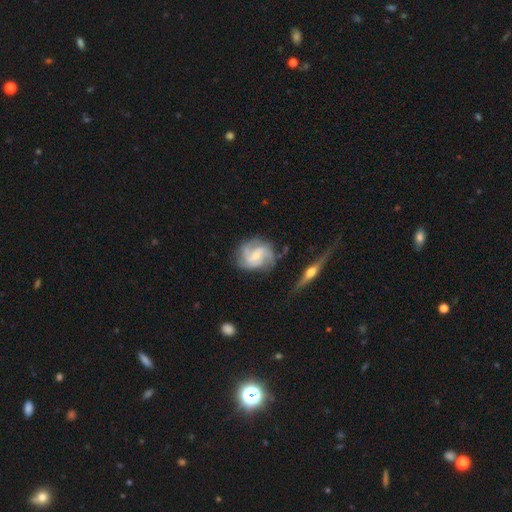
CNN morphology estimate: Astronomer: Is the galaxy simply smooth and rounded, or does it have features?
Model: featured or disk — 81%.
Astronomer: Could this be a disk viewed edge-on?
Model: no — 97%.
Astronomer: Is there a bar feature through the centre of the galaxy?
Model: no — 49% (runner-up: weak, 41%).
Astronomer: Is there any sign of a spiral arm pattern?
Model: yes — 95%.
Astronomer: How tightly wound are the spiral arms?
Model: medium — 46% (runner-up: tight, 37%).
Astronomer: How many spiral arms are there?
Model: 3 — 43% (runner-up: 2, 22%).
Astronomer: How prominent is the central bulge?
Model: small — 60%.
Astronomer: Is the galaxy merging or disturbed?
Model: none — 67%.